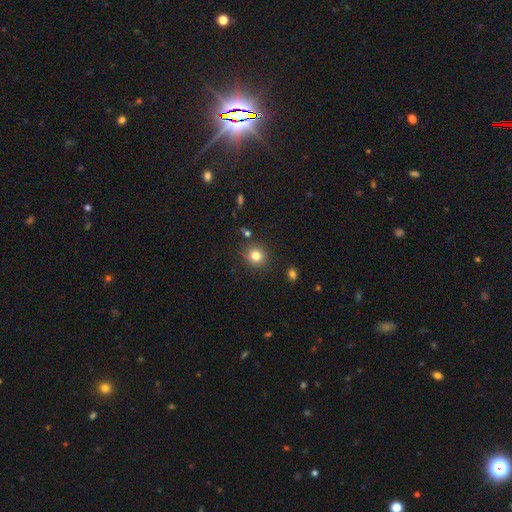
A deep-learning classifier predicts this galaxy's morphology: This appears to be a smooth galaxy with no disk features (81%) that is round (86%). Merging: none (86%).